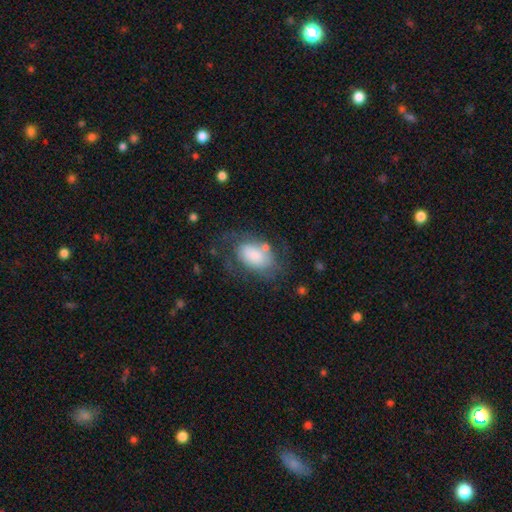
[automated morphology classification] Overall: smooth (64%; featured or disk 29%). How rounded: in between (89%). Merging: none (47%; minor disturbance 25%).